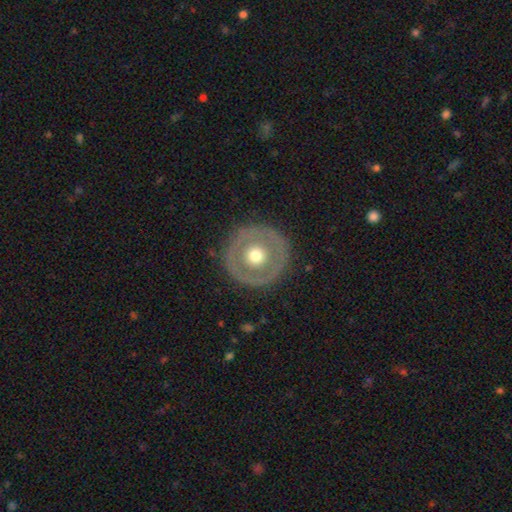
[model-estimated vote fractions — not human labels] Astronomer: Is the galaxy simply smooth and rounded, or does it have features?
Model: featured or disk — 50% (runner-up: smooth, 44%).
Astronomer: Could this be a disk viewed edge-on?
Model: no — 95%.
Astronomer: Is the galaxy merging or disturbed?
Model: none — 85%.